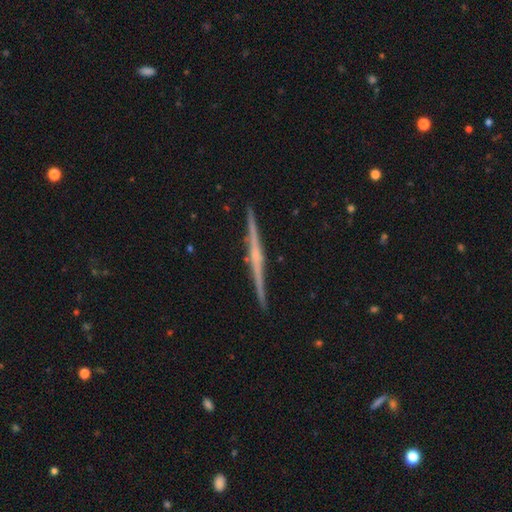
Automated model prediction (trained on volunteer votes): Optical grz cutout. It shows a featured or disk galaxy (81%) viewed edge-on (99%) with a rounded central bulge (46%). Merging: none (92%).